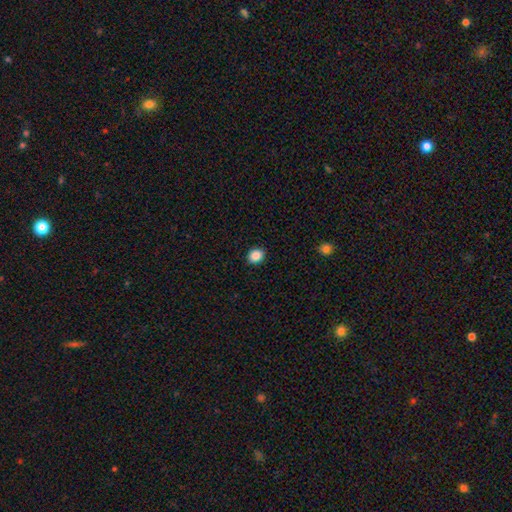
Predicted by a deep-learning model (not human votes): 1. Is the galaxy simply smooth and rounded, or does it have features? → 88% smooth, 9% star or artifact, 3% featured or disk.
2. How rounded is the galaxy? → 65% round, 34% in between, 1% cigar-shaped.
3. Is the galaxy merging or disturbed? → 92% none, 6% minor disturbance, 2% major disturbance, 1% merger.